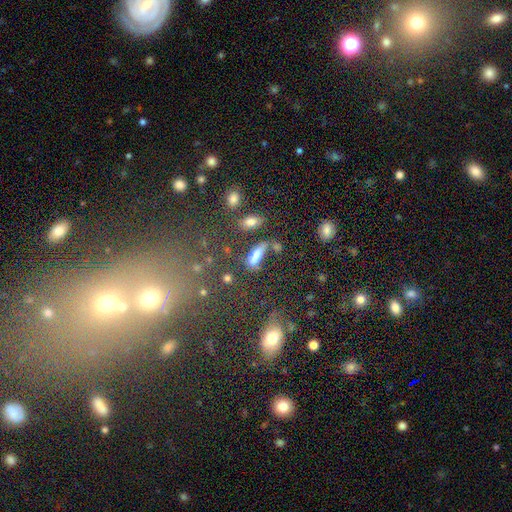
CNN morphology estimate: Overall: smooth (68%). How rounded: in between (51%; cigar-shaped 43%). Merging: none (46%; merger 21%).